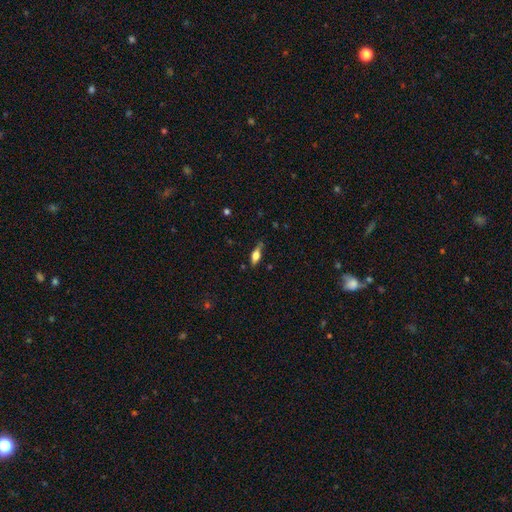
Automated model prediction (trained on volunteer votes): Smooth or featured: smooth — 57% (featured or disk — 35%)
How rounded: in between — 63% (cigar-shaped — 33%)
Merging: none — 74% (minor disturbance — 20%)